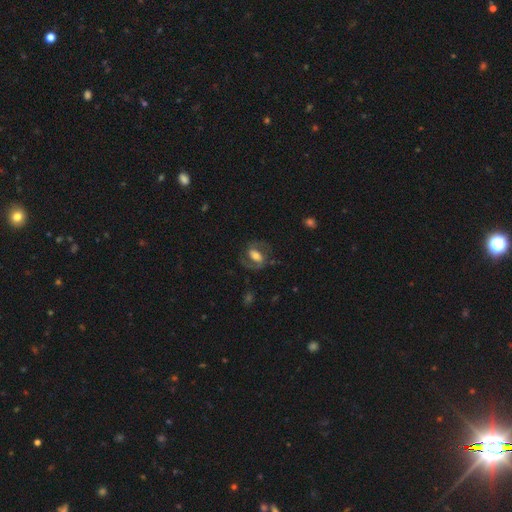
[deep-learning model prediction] This is likely a featured or disk galaxy (70%). It is clearly not viewed edge-on (96%). Bar: marginally strong (40%). Spiral arm pattern: clearly yes (87%). Spiral arm count: clearly 2 (87%). Spiral winding: possibly medium (54%). Central bulge: possibly moderate (50%). Merging: likely none (69%).